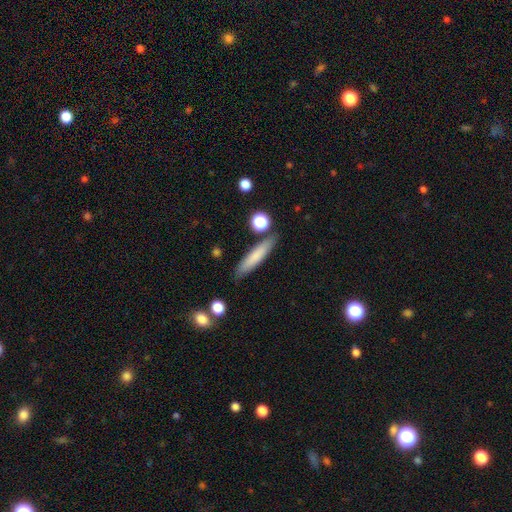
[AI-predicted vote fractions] Smooth or featured: smooth — 76% (featured or disk — 18%)
How rounded: cigar-shaped — 87% (in between — 11%)
Merging: none — 83% (minor disturbance — 11%)